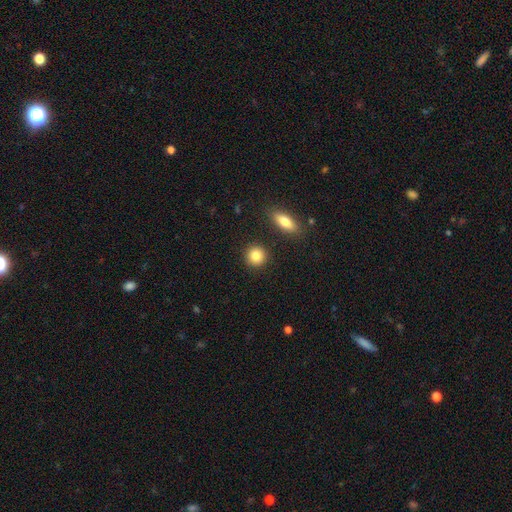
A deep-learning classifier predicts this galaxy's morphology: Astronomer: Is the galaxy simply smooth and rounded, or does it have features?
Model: smooth — 85%.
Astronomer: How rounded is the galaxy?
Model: round — 90%.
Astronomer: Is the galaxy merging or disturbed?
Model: none — 89%.